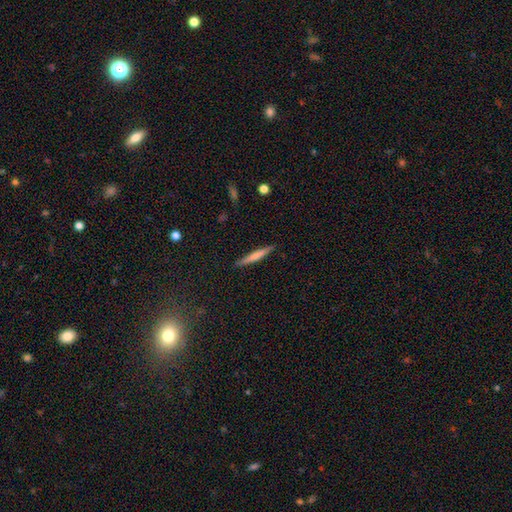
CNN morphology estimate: type=smooth (61%); roundness=cigar-shaped (95%); merging=none (90%).